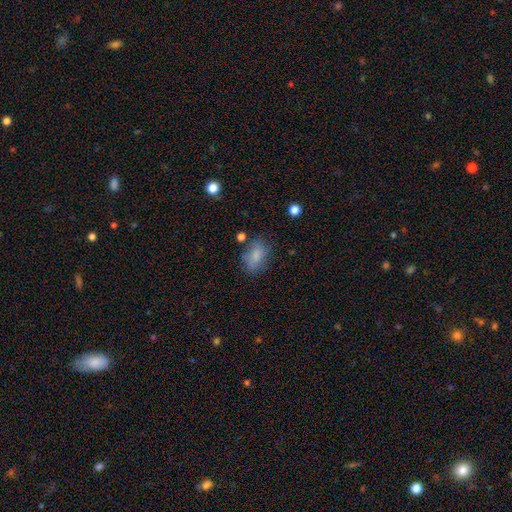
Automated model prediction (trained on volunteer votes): This is likely a smooth galaxy (79%). How rounded: clearly in between (85%). Merging: likely none (67%).